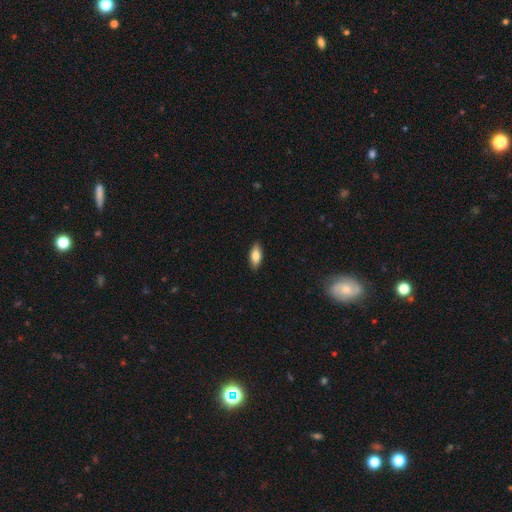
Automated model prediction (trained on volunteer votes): smooth 77%, featured or disk 16%, star or artifact 6%. Down the decision tree: how rounded — in between (83%); merging — none (89%).